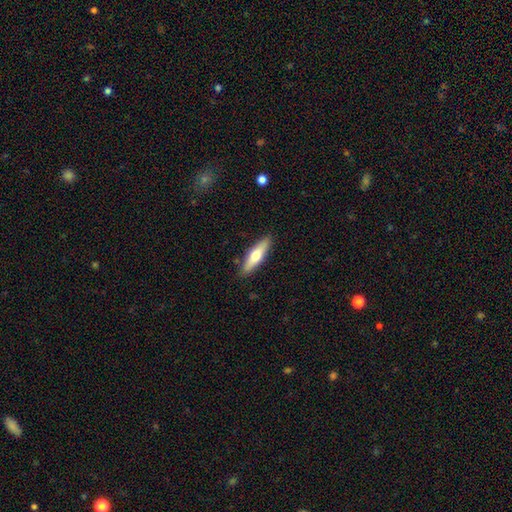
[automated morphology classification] smooth_or_featured: smooth (p=0.57) [alt: featured or disk p=0.37]
how_rounded: cigar-shaped (p=0.67) [alt: in between p=0.31]
merging: none (p=0.88) [alt: minor disturbance p=0.09]